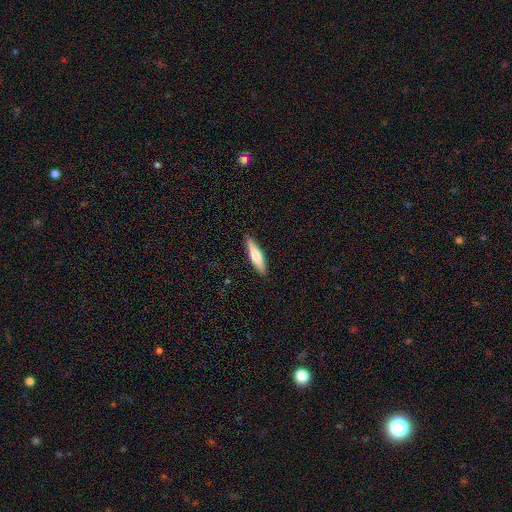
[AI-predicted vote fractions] A smooth galaxy with no disk features (65%) that is cigar-shaped (78%). Merging: none (89%).